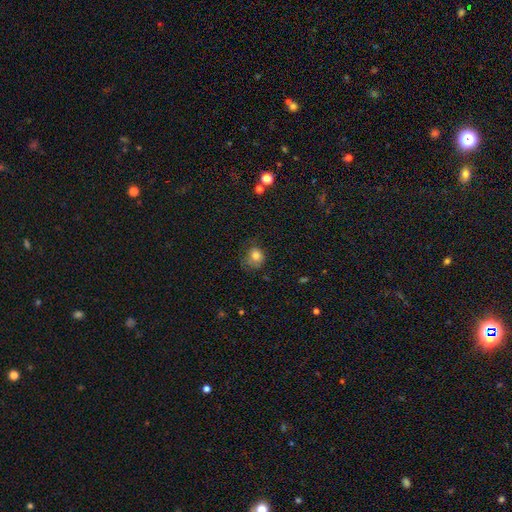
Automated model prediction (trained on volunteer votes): Q: Smooth or featured?
A: smooth (78%); runner-up: featured or disk (11%)
Q: How rounded?
A: round (72%); runner-up: in between (27%)
Q: Merging?
A: none (53%); runner-up: minor disturbance (27%)